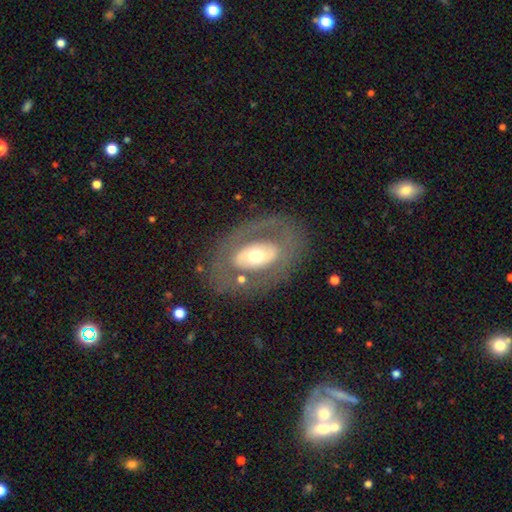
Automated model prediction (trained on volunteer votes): Q: Smooth or featured?
A: featured or disk (60%); runner-up: smooth (33%)
Q: Edge-on disk?
A: no (91%); runner-up: yes (9%)
Q: Bar?
A: no (74%); runner-up: weak (16%)
Q: Spiral arms?
A: no (79%); runner-up: yes (21%)
Q: Bulge size?
A: moderate (64%); runner-up: large (23%)
Q: Merging?
A: none (74%); runner-up: minor disturbance (13%)